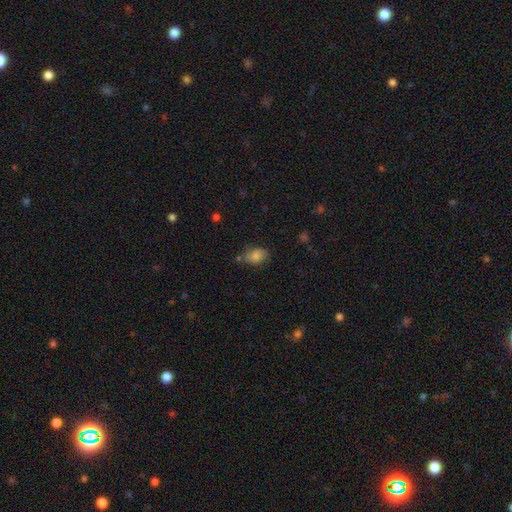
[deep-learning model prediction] This appears to be a smooth galaxy with no disk features (77%) that is in between round and cigar-shaped (75%). Merging: none (65%).